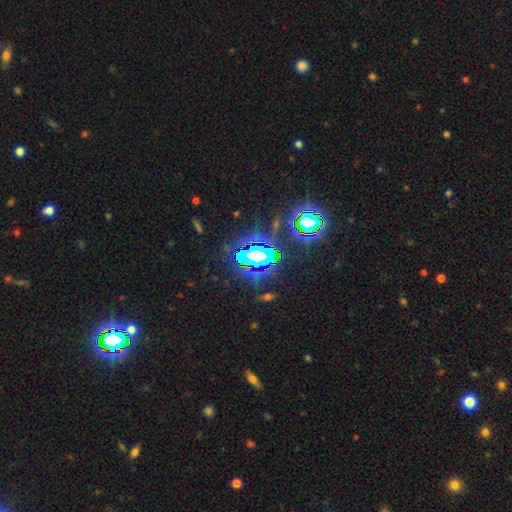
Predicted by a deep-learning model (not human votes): This appears to be a star or artifact, not a galaxy (71%).